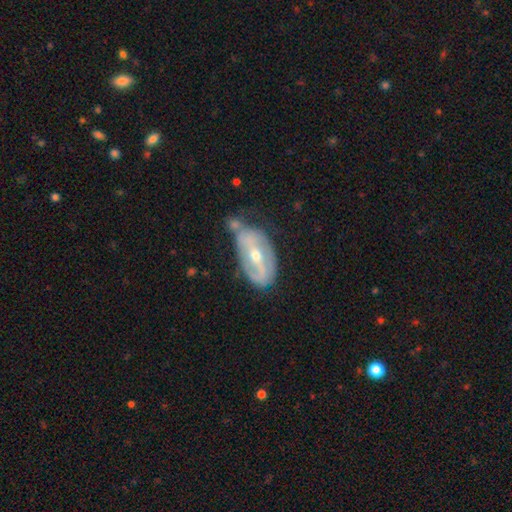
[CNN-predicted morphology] smooth-or-featured: featured or disk: 76% | smooth: 19% | star or artifact: 6%
  disk-edge-on: no: 92% | yes: 8%
    bar: strong: 49% | weak: 33% | no: 18%
    has-spiral-arms: yes: 67% | no: 33%
    bulge-size: moderate: 52% | small: 45% | large: 1% | none: 1% | dominant: 1%
  merging: none: 39% | minor disturbance: 29% | merger: 18% | major disturbance: 14%